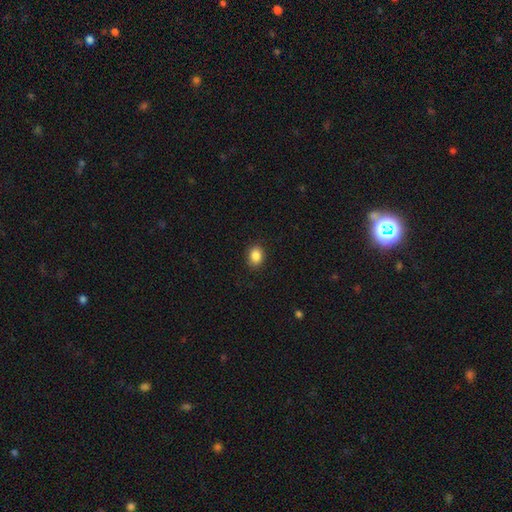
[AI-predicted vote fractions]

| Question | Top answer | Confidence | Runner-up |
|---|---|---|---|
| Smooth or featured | smooth | 88% | star or artifact (9%) |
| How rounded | in between | 60% | round (39%) |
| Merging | none | 88% | minor disturbance (9%) |